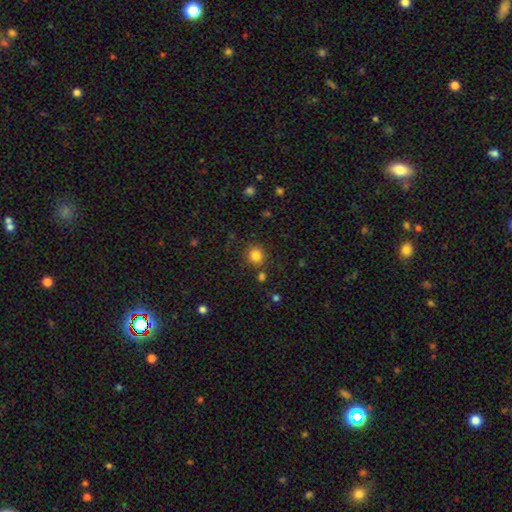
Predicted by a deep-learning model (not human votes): The model was most divided on "smooth or featured": smooth: 83%, star or artifact: 12%, featured or disk: 5%. More confident: how rounded — round (89%); merging — none (82%).